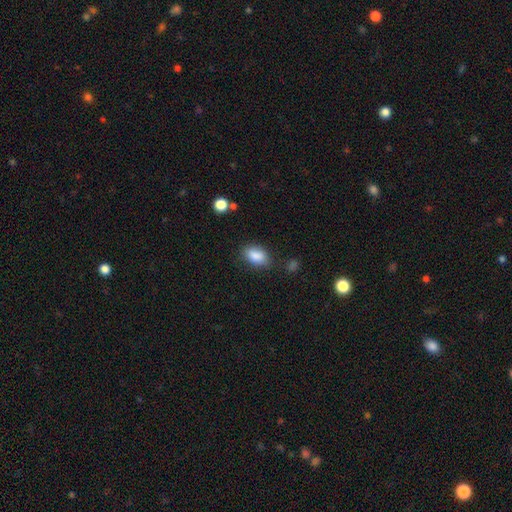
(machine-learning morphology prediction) smooth-or-featured: smooth: 87% | star or artifact: 7% | featured or disk: 5%
  how-rounded: in between: 90% | round: 8% | cigar-shaped: 2%
  merging: none: 78% | minor disturbance: 15% | major disturbance: 4% | merger: 3%